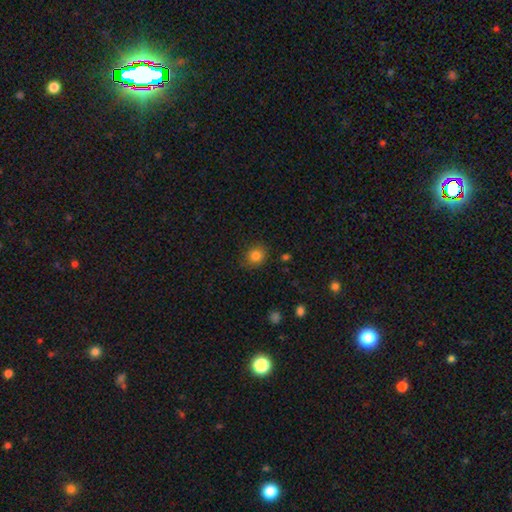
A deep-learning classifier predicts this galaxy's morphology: Smooth or featured: smooth — 83% (star or artifact — 11%)
How rounded: round — 72% (in between — 27%)
Merging: none — 83% (minor disturbance — 13%)